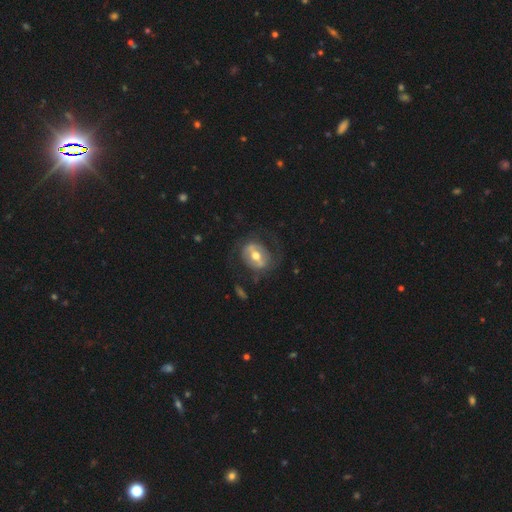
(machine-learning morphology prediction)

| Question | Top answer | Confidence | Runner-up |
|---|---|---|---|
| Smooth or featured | featured or disk | 67% | smooth (26%) |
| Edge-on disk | no | 92% | yes (8%) |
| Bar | strong | 52% | weak (30%) |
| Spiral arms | no | 57% | yes (43%) |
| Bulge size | moderate | 74% | small (12%) |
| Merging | none | 63% | major disturbance (18%) |